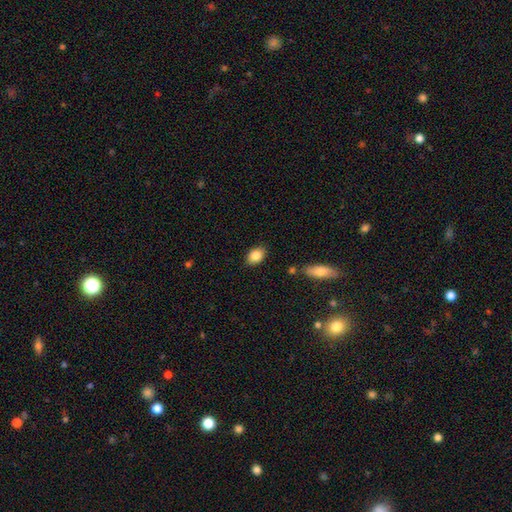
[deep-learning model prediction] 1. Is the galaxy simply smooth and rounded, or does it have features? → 86% smooth, 8% star or artifact, 6% featured or disk.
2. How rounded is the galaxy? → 81% in between, 17% round, 1% cigar-shaped.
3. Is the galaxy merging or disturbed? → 85% none, 10% minor disturbance, 2% major disturbance, 2% merger.